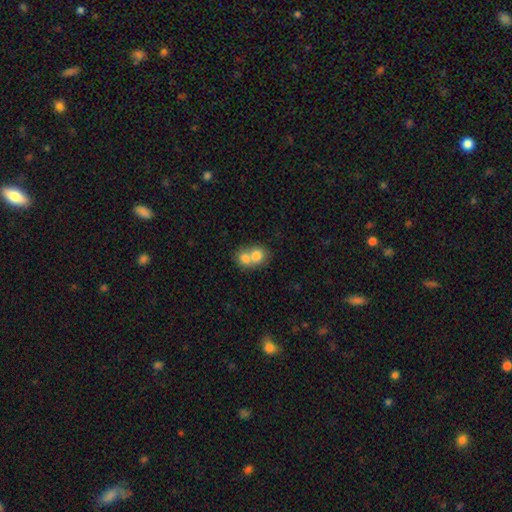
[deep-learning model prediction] Morphology: type=smooth (74%); roundness=round (67%); merging=merger (71%).